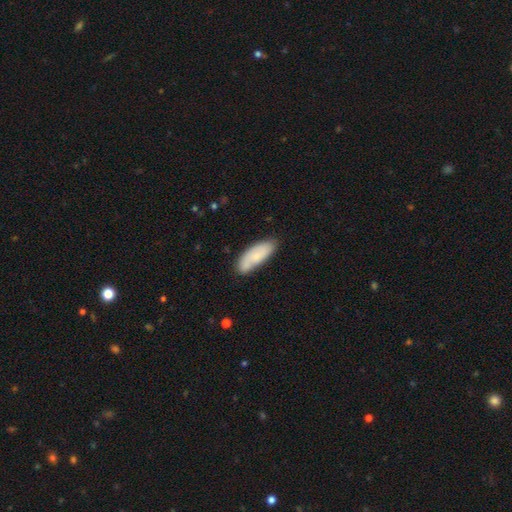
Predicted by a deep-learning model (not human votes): Smooth or featured?
  - smooth: 72% *
  - featured or disk: 22%
  - star or artifact: 6%
How rounded?
  - in between: 72% *
  - cigar-shaped: 26%
  - round: 2%
Merging?
  - none: 72% *
  - minor disturbance: 20%
  - merger: 4%
  - major disturbance: 4%